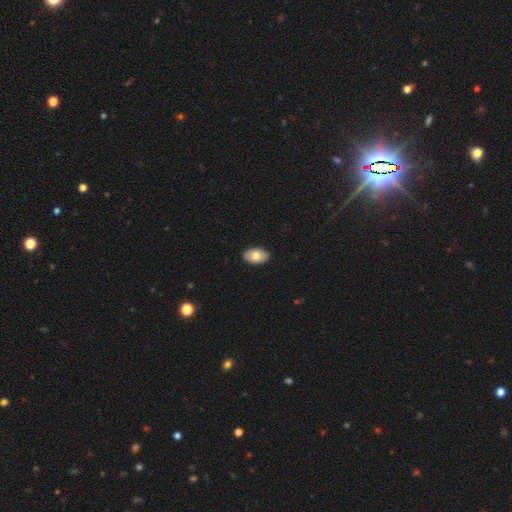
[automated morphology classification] Smooth or featured?
  - smooth: 73% *
  - featured or disk: 21%
  - star or artifact: 6%
How rounded?
  - in between: 92% *
  - round: 6%
  - cigar-shaped: 1%
Merging?
  - none: 89% *
  - minor disturbance: 8%
  - major disturbance: 2%
  - merger: 1%